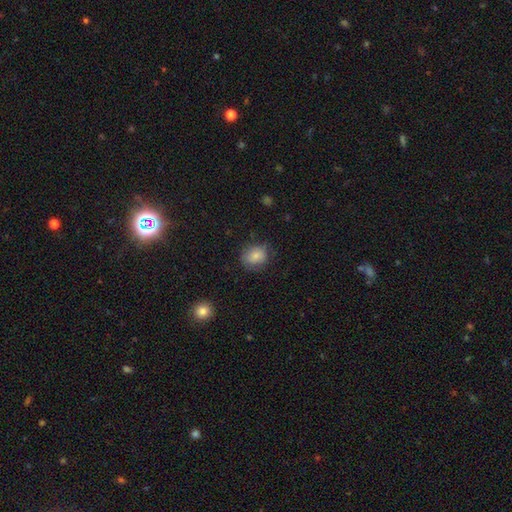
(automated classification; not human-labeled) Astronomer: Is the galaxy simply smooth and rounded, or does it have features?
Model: smooth — 83%.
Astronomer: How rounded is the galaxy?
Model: round — 64%.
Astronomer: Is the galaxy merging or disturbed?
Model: none — 75%.